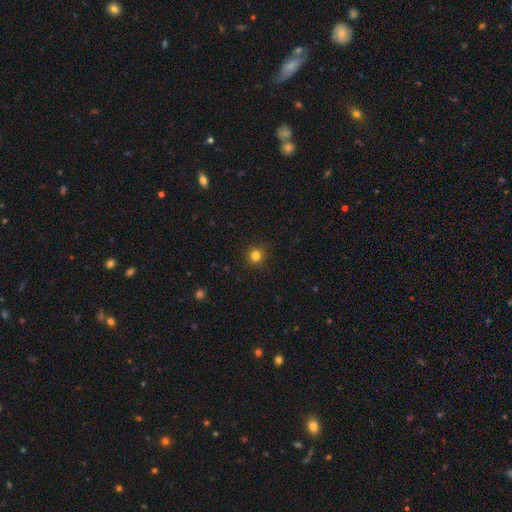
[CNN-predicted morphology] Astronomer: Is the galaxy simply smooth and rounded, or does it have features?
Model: smooth — 81%.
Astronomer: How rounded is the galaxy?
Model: round — 95%.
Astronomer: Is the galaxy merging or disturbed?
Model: none — 92%.